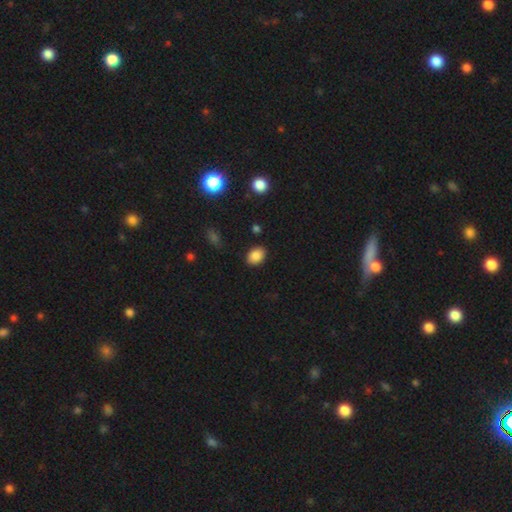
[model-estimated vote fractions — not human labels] Overall: smooth (86%). How rounded: in between (73%). Merging: none (86%).